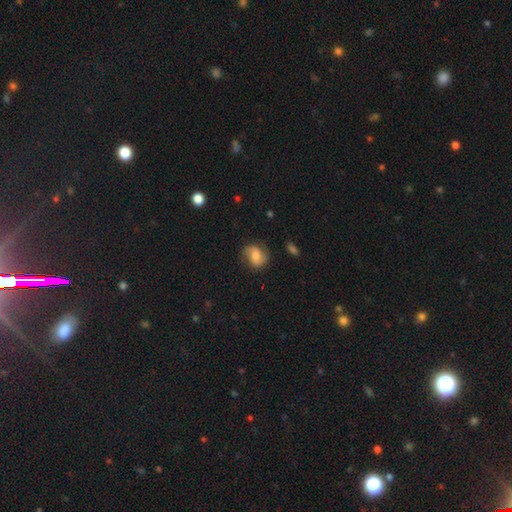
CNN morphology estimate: featured or disk 49%, smooth 42%, star or artifact 9%. Down the decision tree: merging — none (70%).